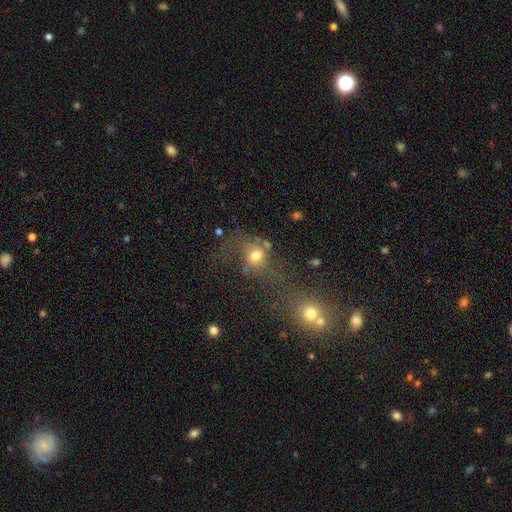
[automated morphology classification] smooth 63%, featured or disk 19%, star or artifact 18%. Down the decision tree: how rounded — round (69%); merging — none (36%).